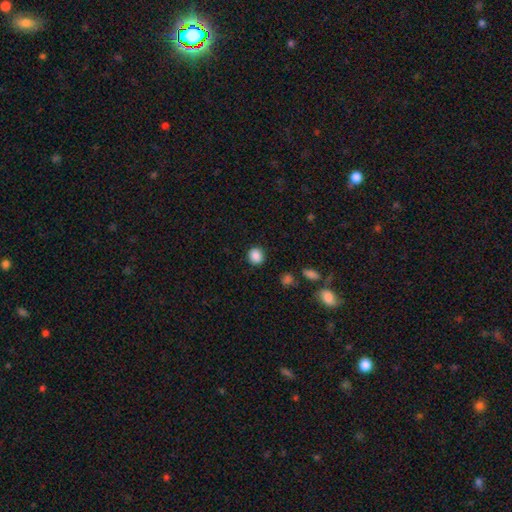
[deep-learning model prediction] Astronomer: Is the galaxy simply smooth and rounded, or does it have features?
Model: smooth — 87%.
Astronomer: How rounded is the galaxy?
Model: round — 81%.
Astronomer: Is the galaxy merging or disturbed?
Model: none — 89%.